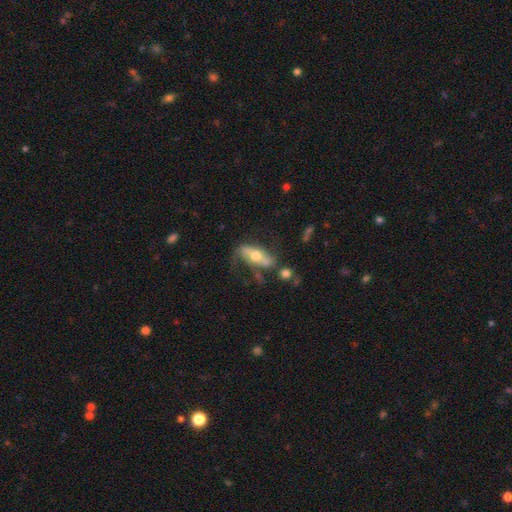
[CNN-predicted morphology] type=featured or disk (58%); edge-on=no (77%); merging=none (42%).